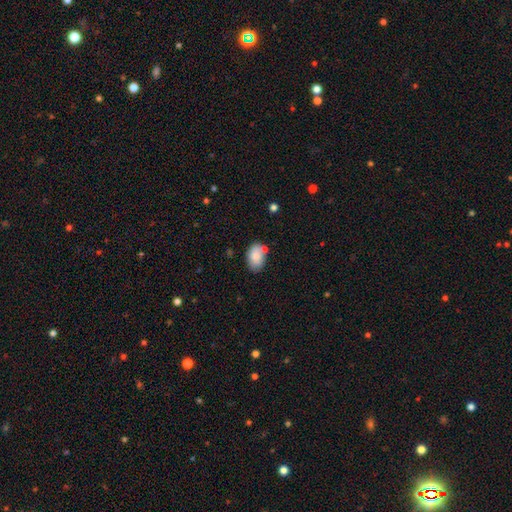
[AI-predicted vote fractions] A smooth galaxy with no disk features (81%) that is in between round and cigar-shaped (87%). Merging: none (57%).